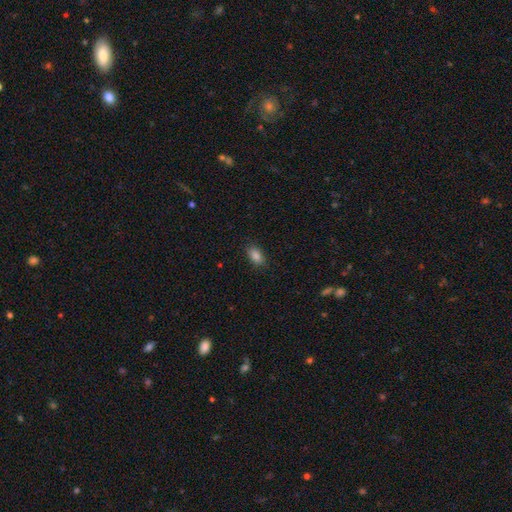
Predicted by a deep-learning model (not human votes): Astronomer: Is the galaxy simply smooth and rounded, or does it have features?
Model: smooth — 86%.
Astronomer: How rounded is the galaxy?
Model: in between — 90%.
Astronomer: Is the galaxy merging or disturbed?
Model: none — 87%.